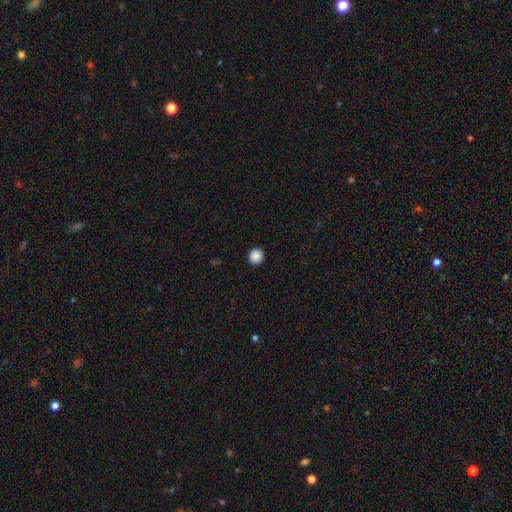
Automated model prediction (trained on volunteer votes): A smooth galaxy with no disk features (88%) that is round (92%). Merging: none (93%).